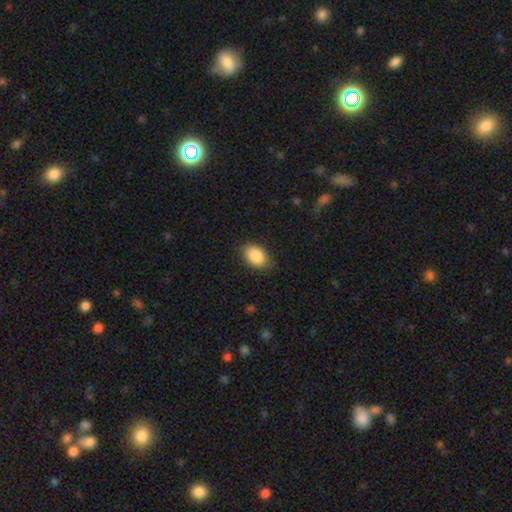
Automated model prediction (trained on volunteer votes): Smooth or featured? smooth (88%)
How rounded? in between (85%)
Merging? none (83%)